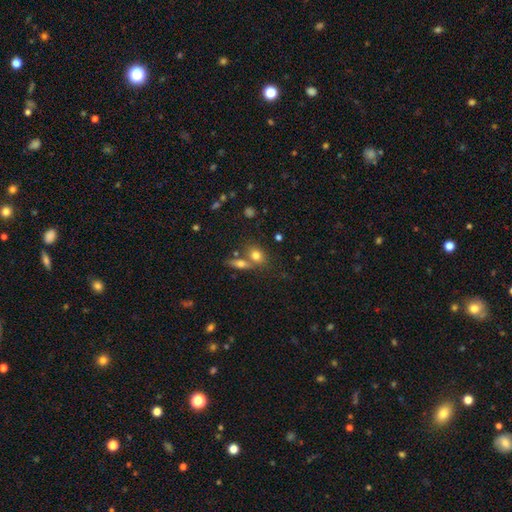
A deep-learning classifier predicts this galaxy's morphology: A smooth galaxy with no disk features (76%) that is in between round and cigar-shaped (62%).

Vote fractions:
- Smooth or featured? smooth: 76% / featured or disk: 14% / star or artifact: 10%
- How rounded? in between: 62% / round: 34% / cigar-shaped: 4%
- Merging? none: 52% / merger: 34% / minor disturbance: 11% / major disturbance: 4%